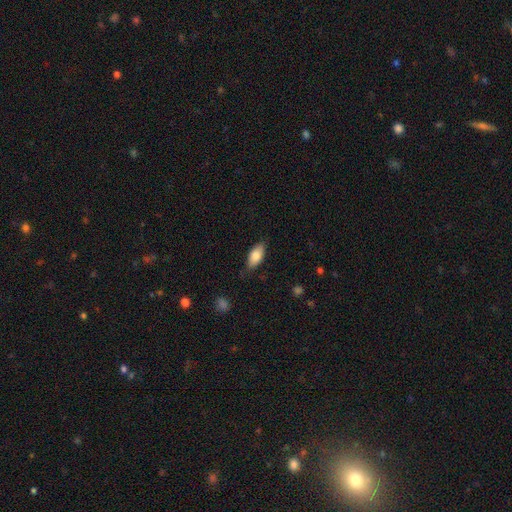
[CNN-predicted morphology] This is clearly a smooth galaxy (81%). How rounded: clearly in between (87%). Merging: likely none (78%).